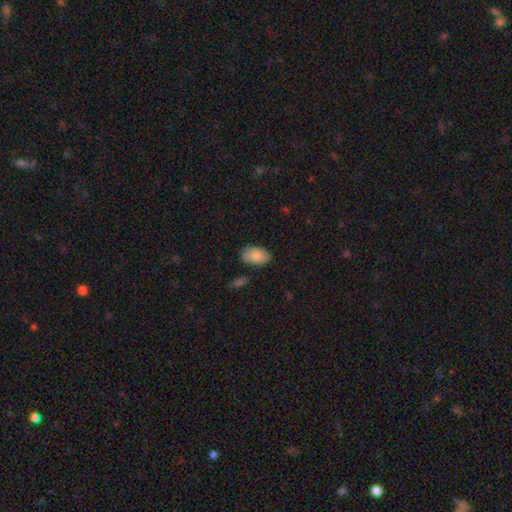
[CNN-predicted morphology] Smooth or featured? Predicted: smooth (p=0.88). How rounded? Predicted: in between (p=0.93). Merging? Predicted: none (p=0.82).